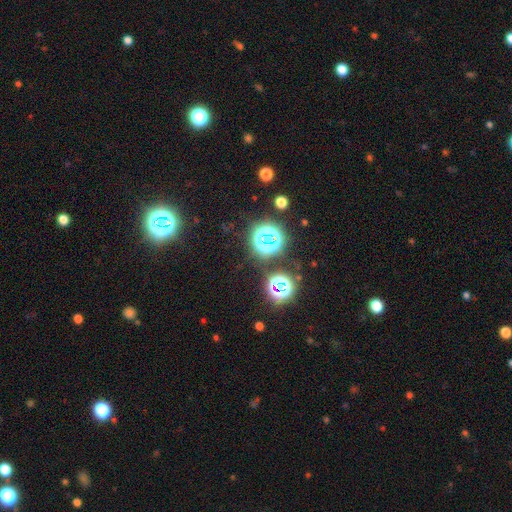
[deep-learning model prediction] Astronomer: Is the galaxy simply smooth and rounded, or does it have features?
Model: star or artifact — 80%.